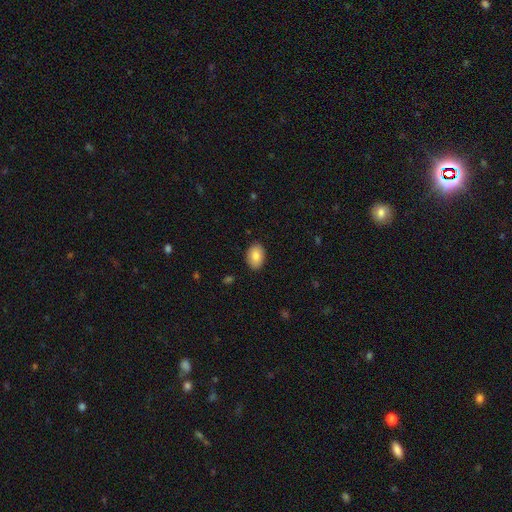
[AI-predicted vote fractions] A smooth galaxy with no disk features (84%) that is in between round and cigar-shaped (83%). Merging: none (88%).